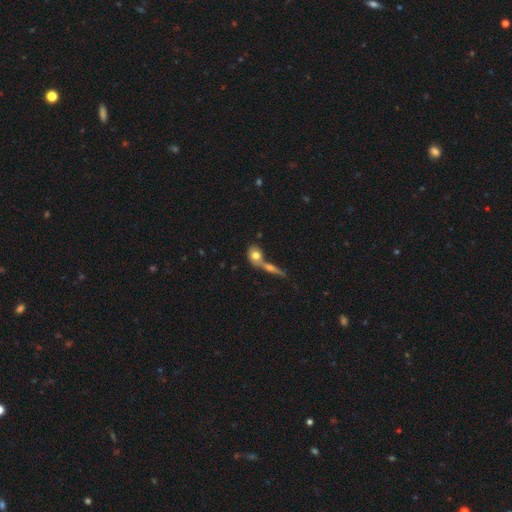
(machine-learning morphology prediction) The model was most divided on "how rounded": in between: 47%, round: 45%, cigar-shaped: 9%. Remaining: smooth or featured — smooth (68%); merging — merger (49%).